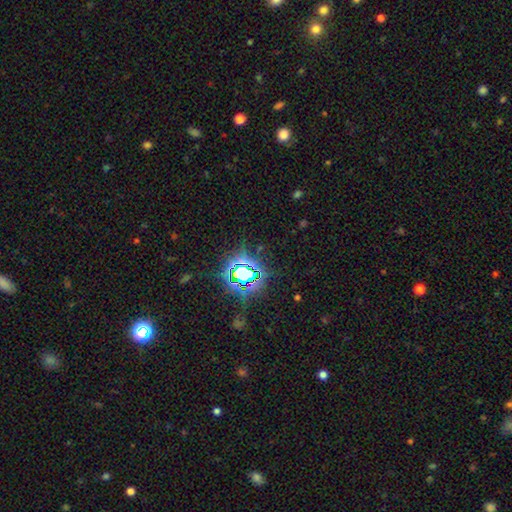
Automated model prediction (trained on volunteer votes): This appears to be a star or artifact, not a galaxy (80%).